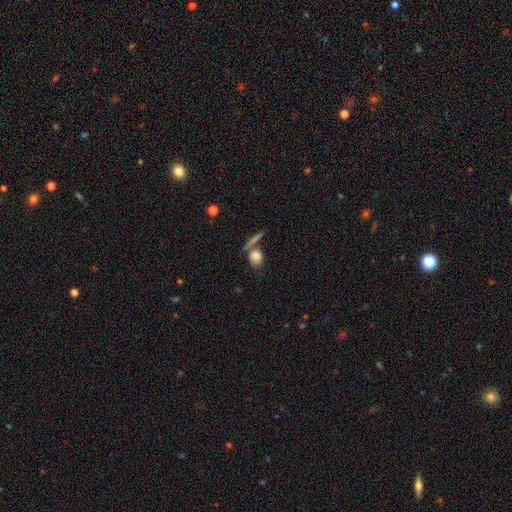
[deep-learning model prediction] A smooth galaxy with no disk features (79%) that is round (47%). Merging: none (57%).